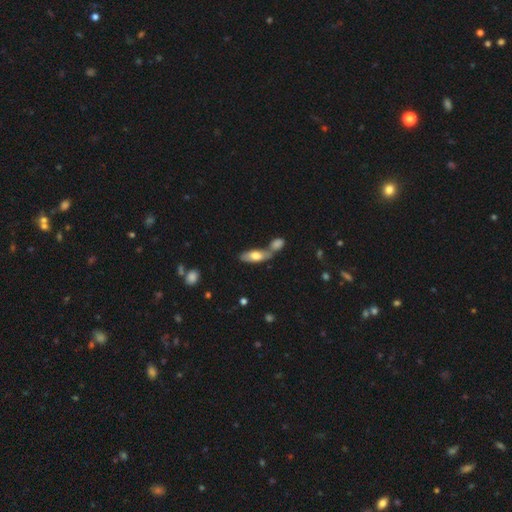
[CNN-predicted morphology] Smooth or featured? Predicted: smooth (p=0.64). How rounded? Predicted: in between (p=0.73). Merging? Predicted: merger (p=0.47).